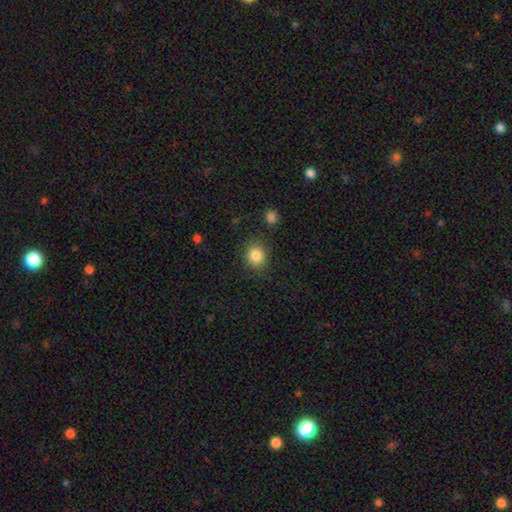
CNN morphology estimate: This is clearly a smooth galaxy (84%). How rounded: likely round (69%). Merging: clearly none (82%).